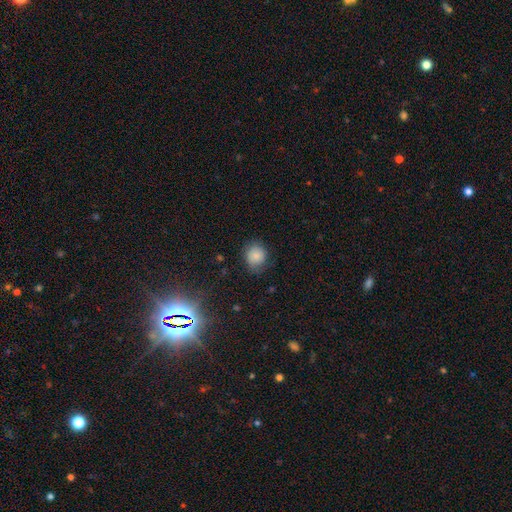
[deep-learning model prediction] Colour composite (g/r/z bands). It shows a smooth galaxy with no disk features (82%) that is round (75%). Merging: none (74%).